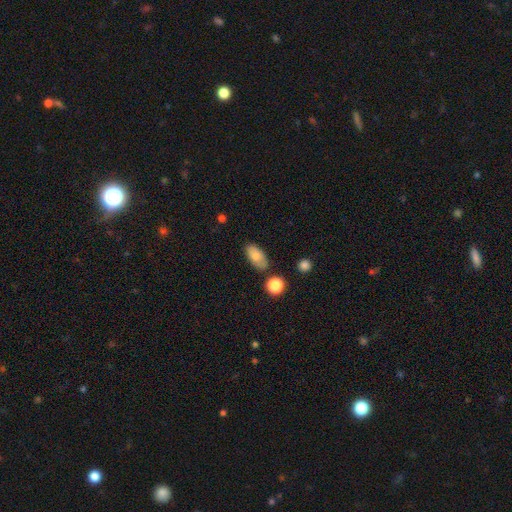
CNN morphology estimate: Smooth or featured? Predicted: smooth (p=0.79). How rounded? Predicted: in between (p=0.91). Merging? Predicted: none (p=0.78).